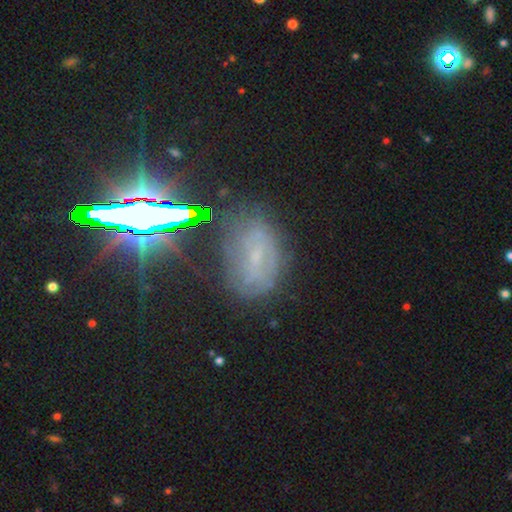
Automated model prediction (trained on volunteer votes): featured or disk 41%, star or artifact 33%, smooth 26%. Down the decision tree: merging — none (67%).